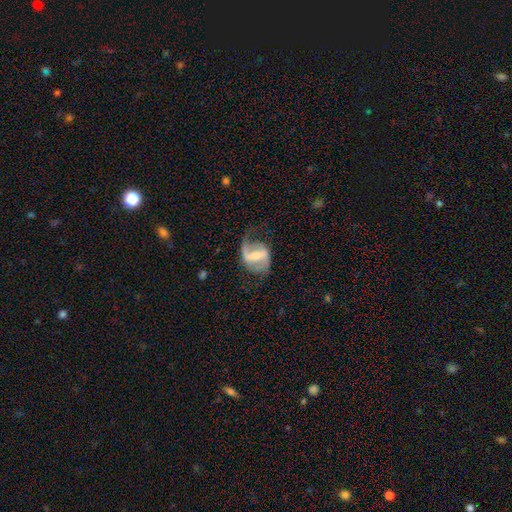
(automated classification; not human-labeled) This appears to be a featured or disk galaxy (80%) with a strong bar (53%), 2 (72%) loose (50%) spiral arms (88%) and a moderate central bulge (43%). Merging: none (50%).